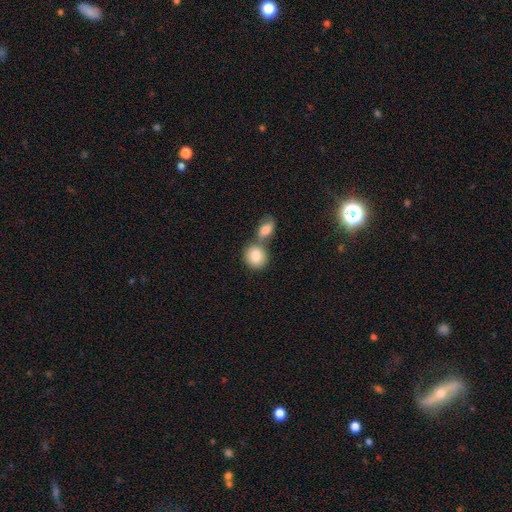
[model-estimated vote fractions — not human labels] Morphology: type=smooth (84%); roundness=round (70%); merging=merger (46%).